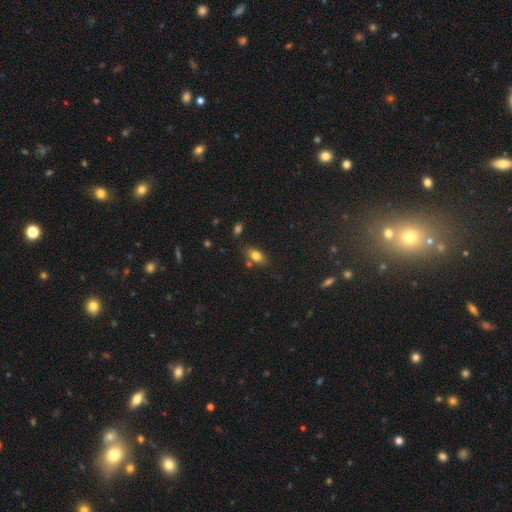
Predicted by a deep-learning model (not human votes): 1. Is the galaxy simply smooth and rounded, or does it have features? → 75% smooth, 15% featured or disk, 10% star or artifact.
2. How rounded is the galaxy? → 84% in between, 8% cigar-shaped, 8% round.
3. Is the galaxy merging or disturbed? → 72% none, 15% minor disturbance, 9% merger, 4% major disturbance.